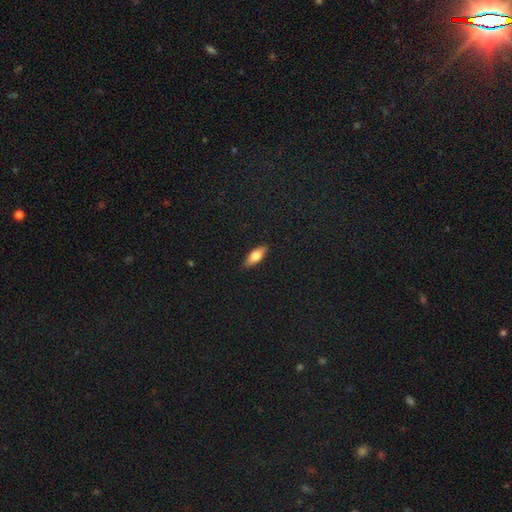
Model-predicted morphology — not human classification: A smooth galaxy with no disk features (68%) that is in between round and cigar-shaped (70%).

Vote fractions:
- Smooth or featured? smooth: 68% / featured or disk: 25% / star or artifact: 7%
- How rounded? in between: 70% / cigar-shaped: 27% / round: 3%
- Merging? none: 89% / minor disturbance: 9% / major disturbance: 2% / merger: 1%